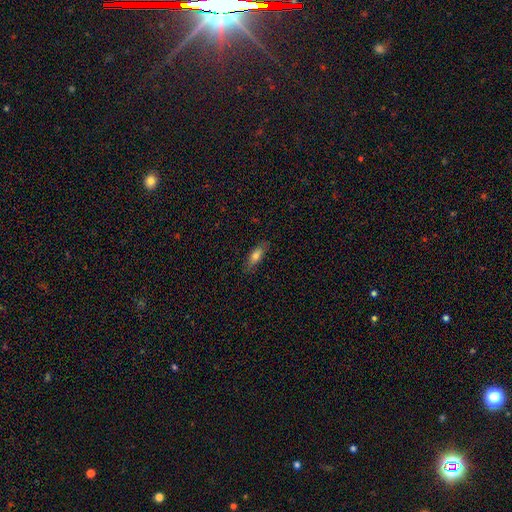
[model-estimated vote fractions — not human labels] smooth 73%, featured or disk 19%, star or artifact 8%. Down the decision tree: how rounded — in between (67%); merging — none (81%).